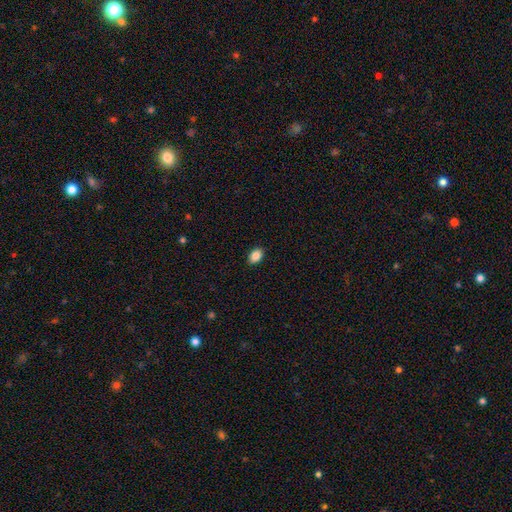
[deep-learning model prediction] Smooth or featured?
  - smooth: 87% *
  - star or artifact: 8%
  - featured or disk: 5%
How rounded?
  - in between: 83% *
  - round: 16%
  - cigar-shaped: 1%
Merging?
  - none: 90% *
  - minor disturbance: 7%
  - major disturbance: 2%
  - merger: 1%